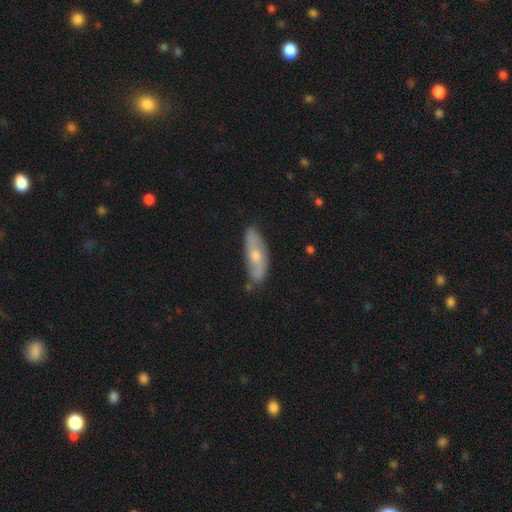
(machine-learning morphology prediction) Smooth or featured: featured or disk — 49% (smooth — 45%)
Merging: none — 79% (minor disturbance — 16%)